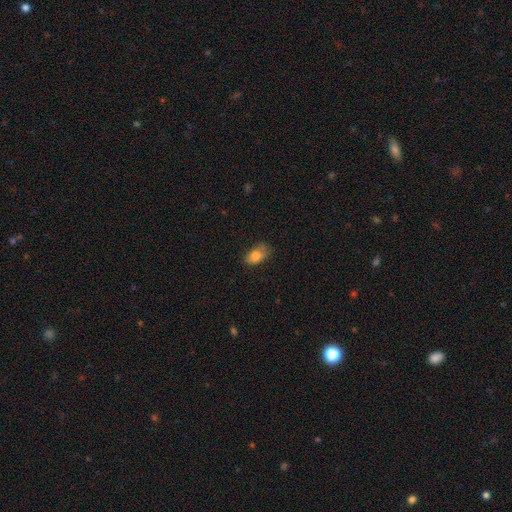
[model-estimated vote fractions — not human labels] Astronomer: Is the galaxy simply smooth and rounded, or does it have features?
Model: smooth — 81%.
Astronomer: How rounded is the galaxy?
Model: in between — 85%.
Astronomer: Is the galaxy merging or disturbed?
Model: none — 53% (runner-up: minor disturbance, 33%).